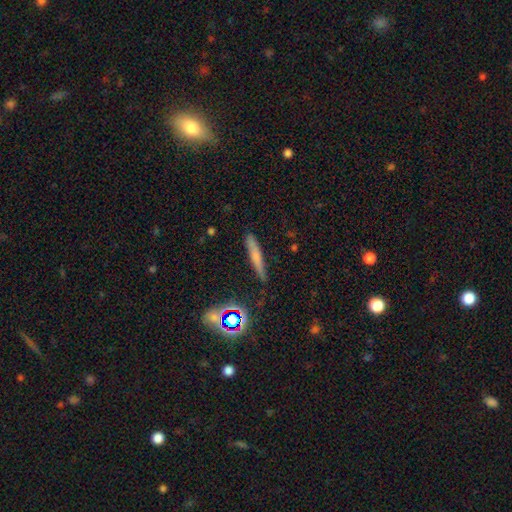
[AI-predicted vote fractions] A smooth galaxy with no disk features (59%) that is cigar-shaped (90%).

Vote fractions:
- Smooth or featured? smooth: 59% / featured or disk: 27% / star or artifact: 14%
- How rounded? cigar-shaped: 90% / in between: 7% / round: 3%
- Merging? none: 81% / minor disturbance: 14% / major disturbance: 3% / merger: 2%